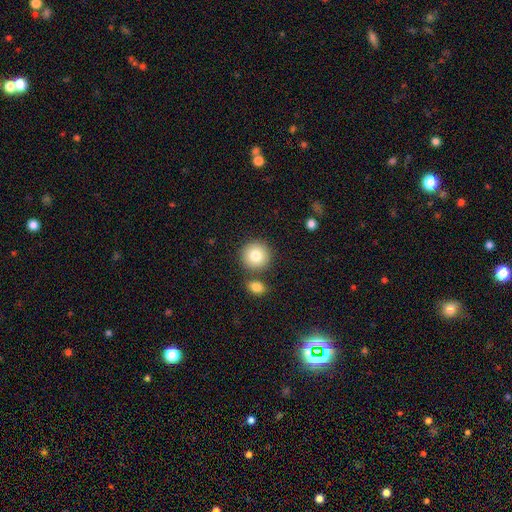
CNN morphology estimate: Smooth or featured? Predicted: smooth (p=0.82). How rounded? Predicted: round (p=0.93). Merging? Predicted: none (p=0.77).